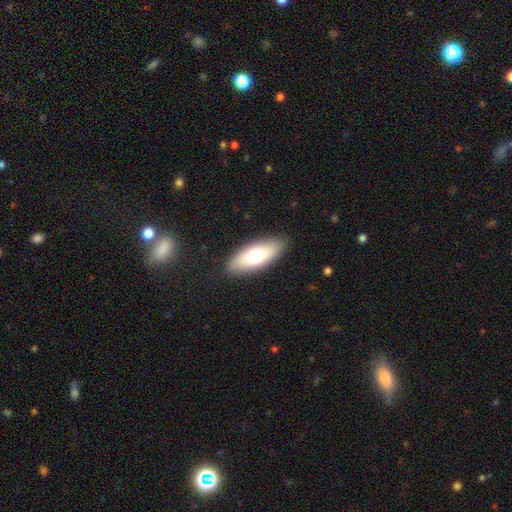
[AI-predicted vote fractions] Overall: smooth (69%). How rounded: in between (76%). Merging: none (88%).